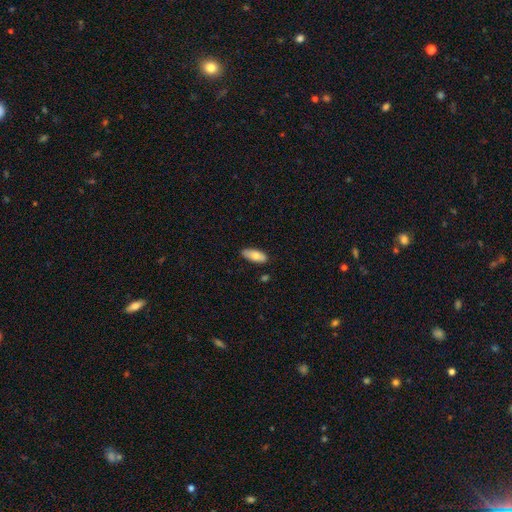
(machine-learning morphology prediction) smooth 76%, featured or disk 17%, star or artifact 6%. Down the decision tree: how rounded — in between (82%); merging — none (85%).